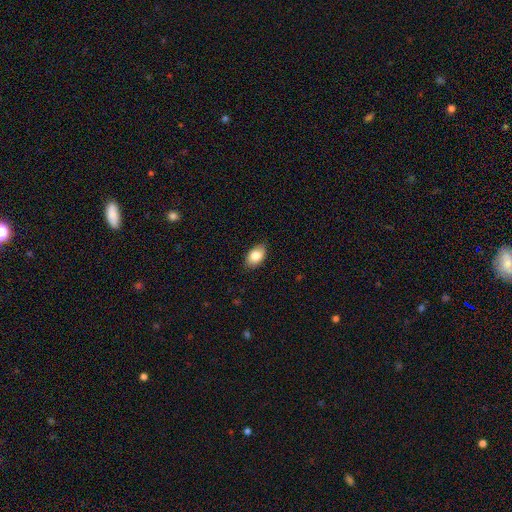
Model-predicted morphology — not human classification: Overall: smooth (83%). How rounded: in between (88%). Merging: none (85%).